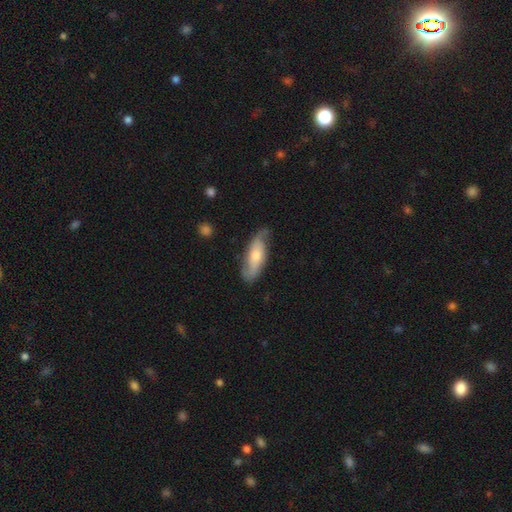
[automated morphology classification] The model was most divided on "smooth or featured": featured or disk: 57%, smooth: 36%, star or artifact: 6%. More confident: edge-on disk — no (78%); merging — none (70%).